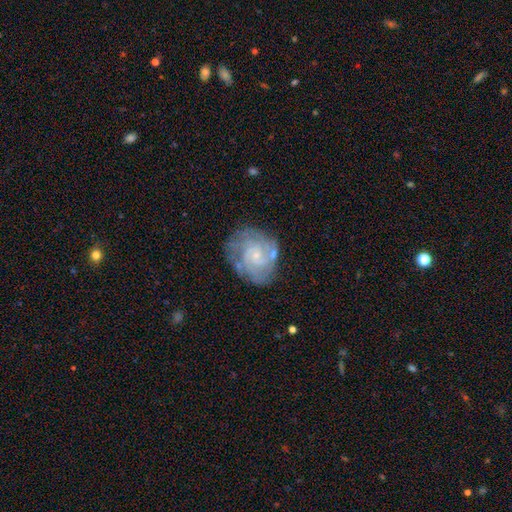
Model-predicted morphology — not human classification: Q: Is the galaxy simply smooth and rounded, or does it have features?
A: featured or disk — 81%.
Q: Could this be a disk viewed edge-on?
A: no — 98%.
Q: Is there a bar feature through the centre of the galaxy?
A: no — 70%.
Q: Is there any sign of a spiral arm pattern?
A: yes — 94%.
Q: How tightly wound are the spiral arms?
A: tight — 63%.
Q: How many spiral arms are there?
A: can't tell — 28%.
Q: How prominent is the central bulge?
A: small — 77%.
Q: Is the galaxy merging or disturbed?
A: none — 68%.